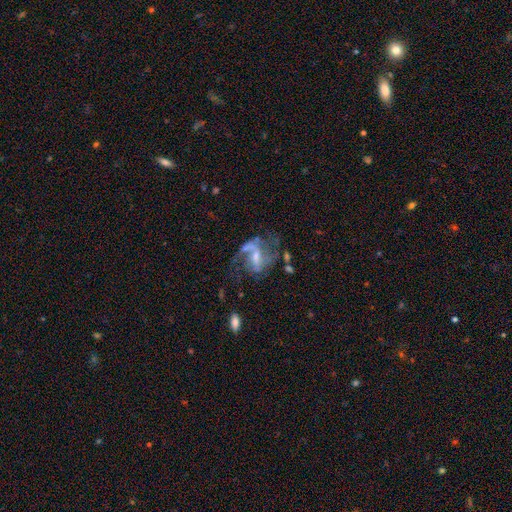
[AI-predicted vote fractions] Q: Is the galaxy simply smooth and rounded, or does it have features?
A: featured or disk — 82%.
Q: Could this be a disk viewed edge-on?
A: no — 97%.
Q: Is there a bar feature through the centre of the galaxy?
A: weak — 51%.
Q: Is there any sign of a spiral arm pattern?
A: yes — 90%.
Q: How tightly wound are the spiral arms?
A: loose — 46%.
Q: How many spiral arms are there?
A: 2 — 66%.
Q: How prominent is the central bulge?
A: small — 40%.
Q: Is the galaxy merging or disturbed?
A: none — 43%.